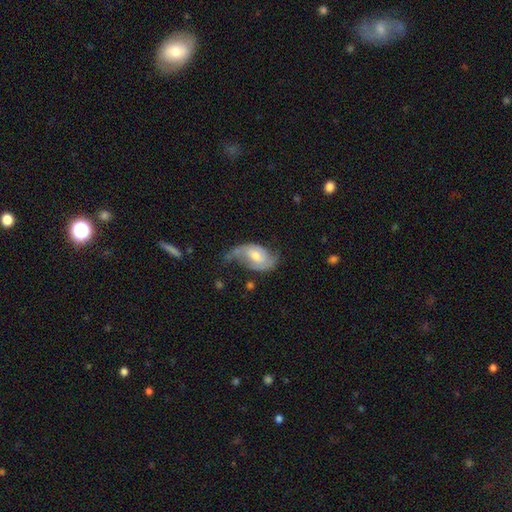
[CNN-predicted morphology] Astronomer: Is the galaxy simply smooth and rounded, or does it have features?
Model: featured or disk — 68%.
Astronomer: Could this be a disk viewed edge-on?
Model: no — 95%.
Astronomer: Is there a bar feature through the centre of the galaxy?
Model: no — 50% (runner-up: weak, 40%).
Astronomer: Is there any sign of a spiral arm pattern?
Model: yes — 86%.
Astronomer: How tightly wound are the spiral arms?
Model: medium — 40% (runner-up: loose, 34%).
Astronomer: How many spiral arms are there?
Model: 2 — 77%.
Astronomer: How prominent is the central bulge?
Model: moderate — 62%.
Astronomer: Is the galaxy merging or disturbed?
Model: none — 46% (runner-up: minor disturbance, 30%).